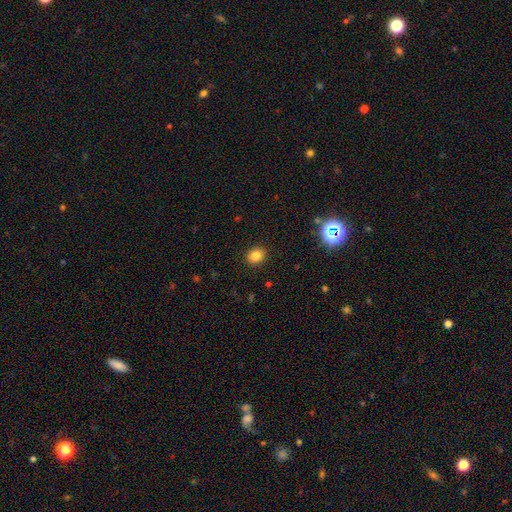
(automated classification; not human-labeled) The model was most divided on "how rounded": round: 62%, in between: 37%, cigar-shaped: 1%. More confident: merging — none (90%); smooth or featured — smooth (83%).